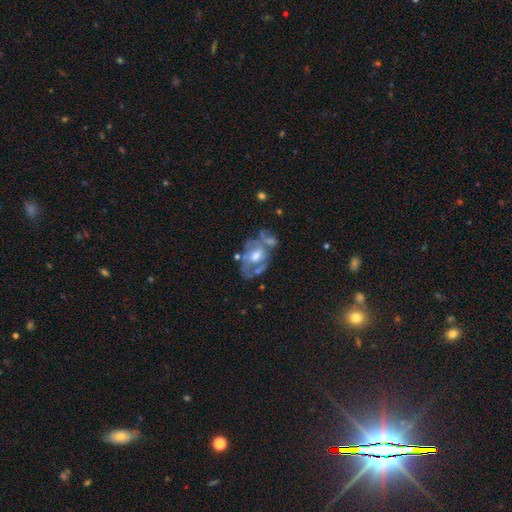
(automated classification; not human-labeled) featured or disk 70%, smooth 21%, star or artifact 8%. Down the decision tree: edge-on disk — no (96%); bar — no (71%); spiral arms — no (51%); bulge size — moderate (65%); merging — none (36%).